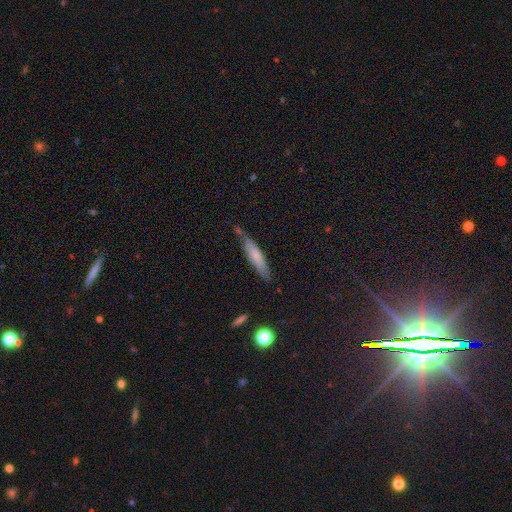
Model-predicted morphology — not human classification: smooth_or_featured: smooth (p=0.68) [alt: featured or disk p=0.26]
how_rounded: cigar-shaped (p=0.84) [alt: in between p=0.15]
merging: none (p=0.67) [alt: minor disturbance p=0.22]